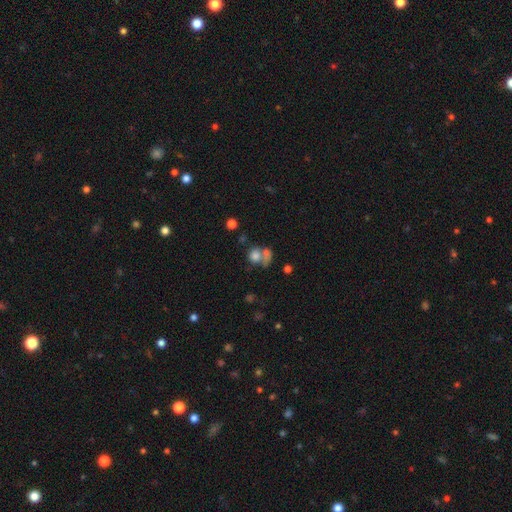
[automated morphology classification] smooth-or-featured: smooth: 74% | featured or disk: 14% | star or artifact: 12%
  how-rounded: round: 77% | in between: 22% | cigar-shaped: 1%
  merging: merger: 44% | none: 35% | major disturbance: 11% | minor disturbance: 10%